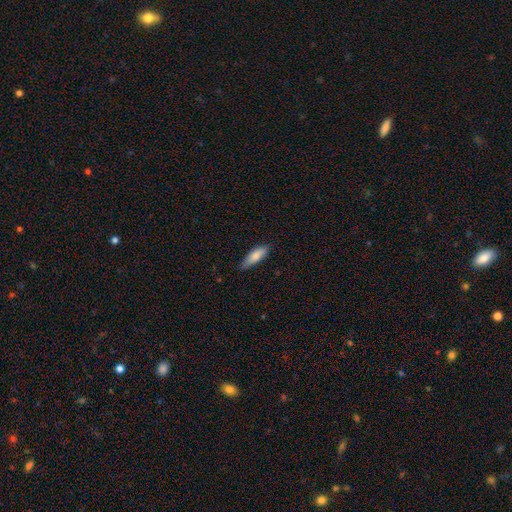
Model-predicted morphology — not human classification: smooth_or_featured: smooth (p=0.81) [alt: featured or disk p=0.14]
how_rounded: cigar-shaped (p=0.52) [alt: in between p=0.47]
merging: none (p=0.79) [alt: minor disturbance p=0.17]